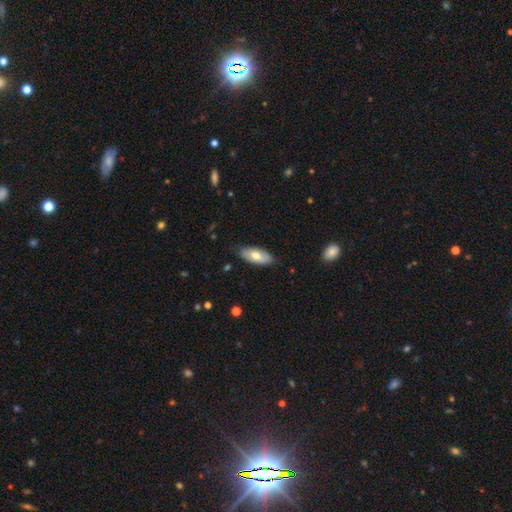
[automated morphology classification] Smooth or featured: smooth — 69% (featured or disk — 26%)
How rounded: in between — 87% (cigar-shaped — 11%)
Merging: none — 81% (minor disturbance — 15%)